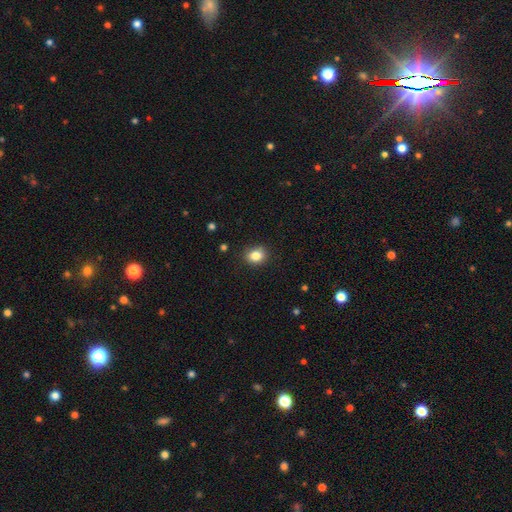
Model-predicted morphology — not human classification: smooth_or_featured: smooth (p=0.83) [alt: star or artifact p=0.11]
how_rounded: round (p=0.53) [alt: in between p=0.46]
merging: none (p=0.84) [alt: minor disturbance p=0.12]